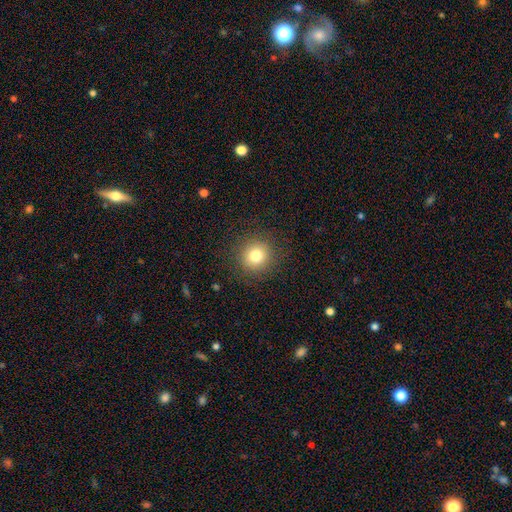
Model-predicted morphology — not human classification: This appears to be a smooth galaxy with no disk features (79%) that is round (92%). Merging: none (89%).